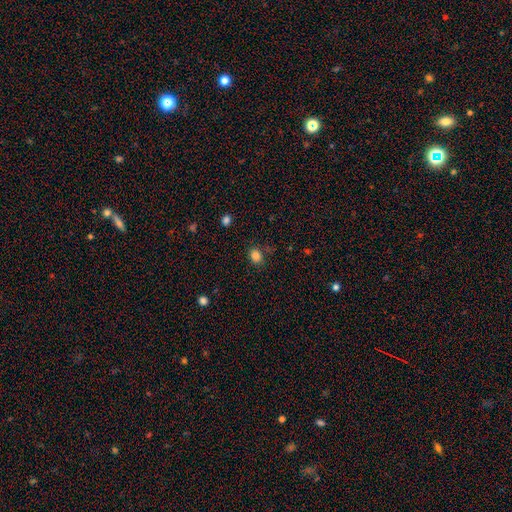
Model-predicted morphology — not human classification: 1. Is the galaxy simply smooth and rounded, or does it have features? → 83% smooth, 12% star or artifact, 4% featured or disk.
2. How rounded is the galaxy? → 53% round, 46% in between, 1% cigar-shaped.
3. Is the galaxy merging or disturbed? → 79% none, 14% minor disturbance, 4% major disturbance, 3% merger.